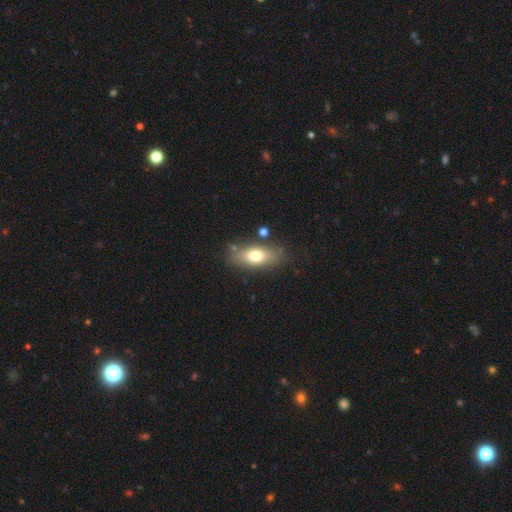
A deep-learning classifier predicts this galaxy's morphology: Q: Smooth or featured?
A: smooth (72%); runner-up: featured or disk (21%)
Q: How rounded?
A: in between (80%); runner-up: cigar-shaped (14%)
Q: Merging?
A: none (78%); runner-up: minor disturbance (14%)